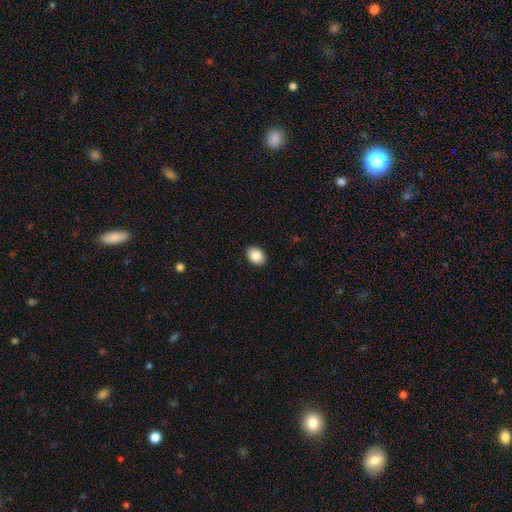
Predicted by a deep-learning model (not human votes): Smooth or featured: smooth — 86% (star or artifact — 8%)
How rounded: in between — 60% (round — 39%)
Merging: none — 91% (minor disturbance — 7%)